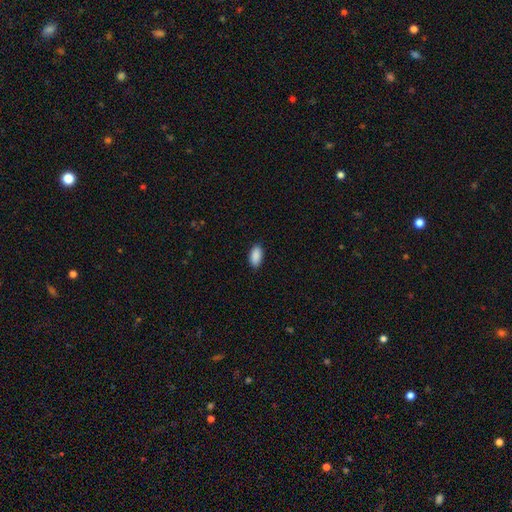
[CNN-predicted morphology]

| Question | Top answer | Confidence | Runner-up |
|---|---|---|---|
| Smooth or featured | smooth | 91% | star or artifact (7%) |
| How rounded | in between | 94% | cigar-shaped (3%) |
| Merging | none | 89% | minor disturbance (8%) |